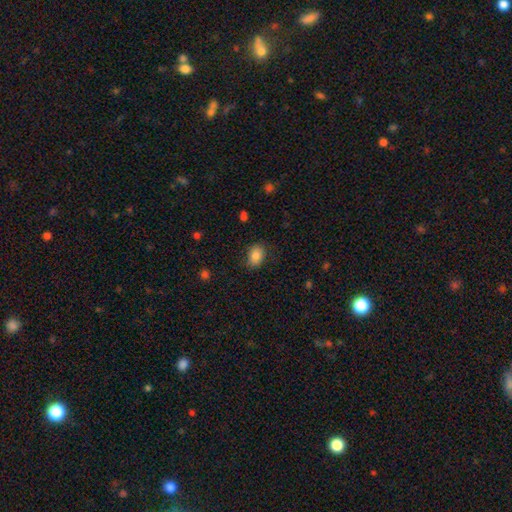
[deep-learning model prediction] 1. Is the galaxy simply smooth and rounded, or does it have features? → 84% smooth, 9% star or artifact, 7% featured or disk.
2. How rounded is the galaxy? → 69% in between, 30% round, 1% cigar-shaped.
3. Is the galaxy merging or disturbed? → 82% none, 14% minor disturbance, 3% major disturbance, 1% merger.